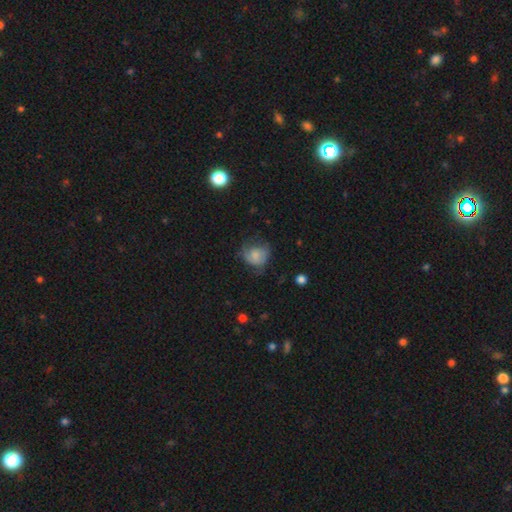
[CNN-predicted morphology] Smooth or featured: smooth — 70% (featured or disk — 21%)
How rounded: round — 65% (in between — 34%)
Merging: none — 43% (minor disturbance — 33%)